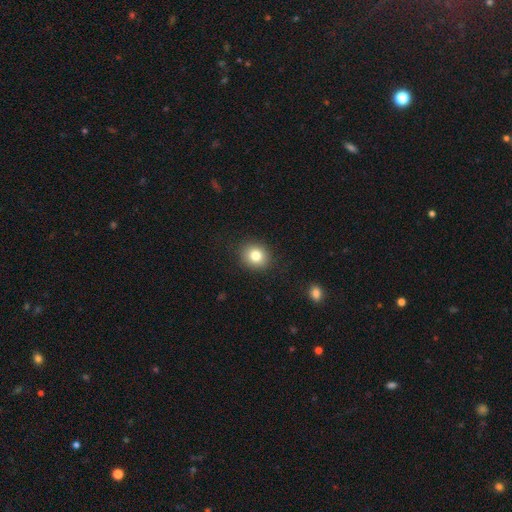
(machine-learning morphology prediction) This is clearly a smooth galaxy (81%). How rounded: likely round (76%). Merging: clearly none (89%).